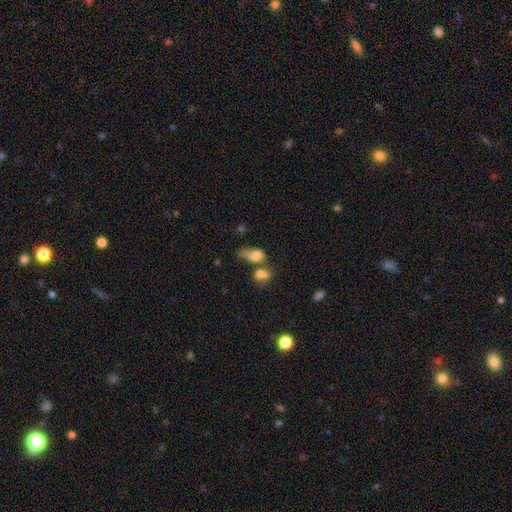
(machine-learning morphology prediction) A smooth galaxy with no disk features (71%) that is in between round and cigar-shaped (71%). Merging: merger (46%).